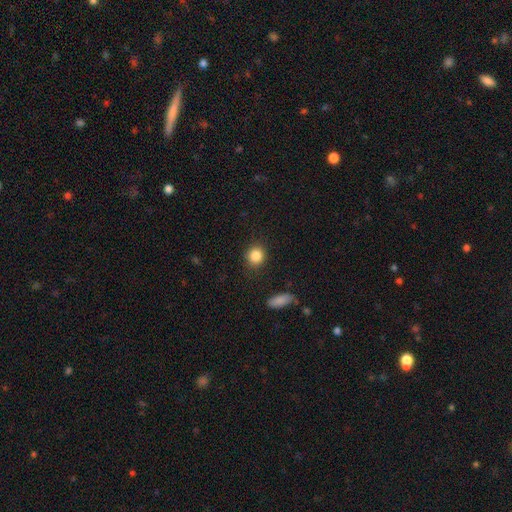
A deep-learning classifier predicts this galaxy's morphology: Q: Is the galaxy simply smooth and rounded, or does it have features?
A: smooth — 86%.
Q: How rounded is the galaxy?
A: round — 83%.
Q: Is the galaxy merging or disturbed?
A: none — 87%.